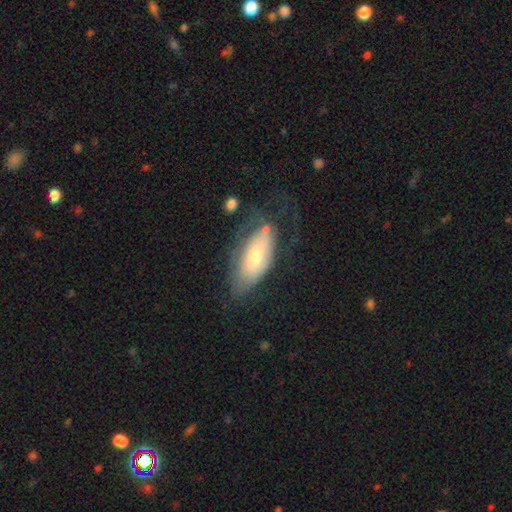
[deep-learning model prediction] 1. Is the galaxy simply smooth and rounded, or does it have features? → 50% smooth, 43% featured or disk, 7% star or artifact.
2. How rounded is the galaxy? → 90% in between, 7% cigar-shaped, 3% round.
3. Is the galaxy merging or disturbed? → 39% none, 29% major disturbance, 28% minor disturbance, 5% merger.